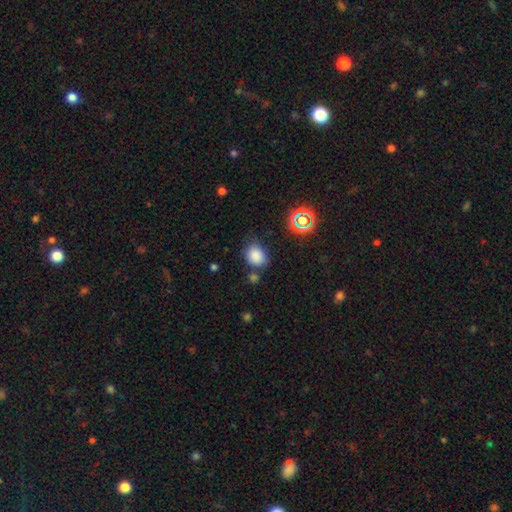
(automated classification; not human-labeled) This appears to be a smooth galaxy with no disk features (81%) that is in between round and cigar-shaped (54%). Merging: none (67%).